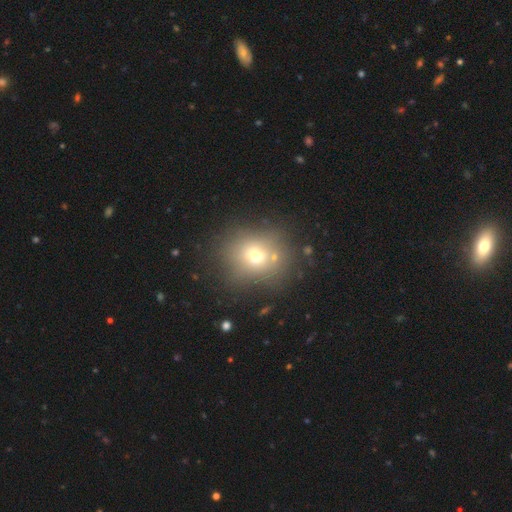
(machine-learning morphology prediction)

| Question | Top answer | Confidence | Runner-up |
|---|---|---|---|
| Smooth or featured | smooth | 64% | star or artifact (18%) |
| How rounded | round | 76% | in between (23%) |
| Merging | none | 72% | minor disturbance (13%) |